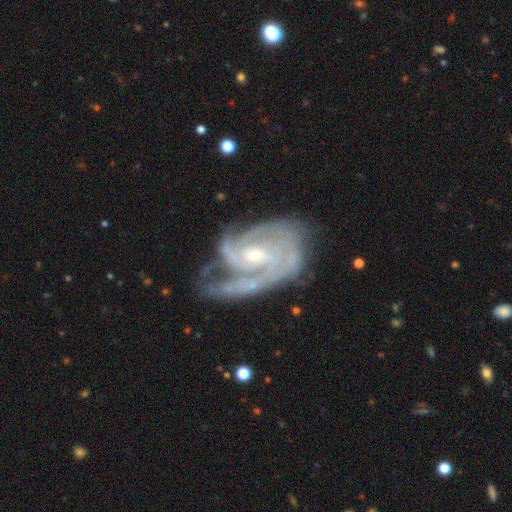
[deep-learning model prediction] smooth-or-featured: featured or disk: 91% | star or artifact: 5% | smooth: 4%
  disk-edge-on: no: 97% | yes: 3%
    bar: no: 42% (tied) | weak: 42% (tied) | strong: 16%
    has-spiral-arms: yes: 98% | no: 2%
      spiral-winding: tight: 53% | medium: 39% | loose: 8%
      spiral-arm-count: 2: 34% | 3: 32% | can't tell: 14% | 4: 8% | 1: 6% | more than 4: 5%
    bulge-size: small: 68% | moderate: 28% | none: 2% | large: 1% | dominant: 1%
  merging: none: 49% | minor disturbance: 25% | major disturbance: 21% | merger: 5%